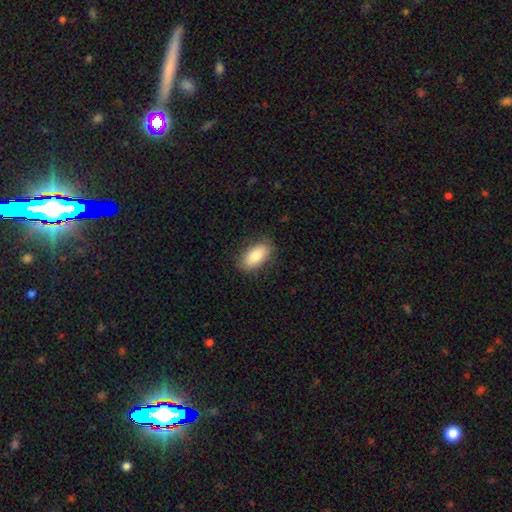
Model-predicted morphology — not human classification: smooth-or-featured: smooth: 81% | featured or disk: 12% | star or artifact: 7%
  how-rounded: in between: 91% | cigar-shaped: 5% | round: 4%
  merging: none: 85% | minor disturbance: 11% | major disturbance: 3% | merger: 1%